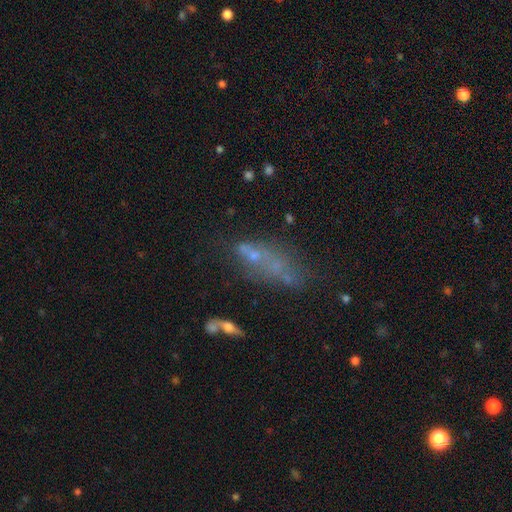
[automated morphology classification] The model was most divided on "smooth or featured": smooth: 40%, featured or disk: 38%, star or artifact: 22%. Remaining: merging — none (37%).